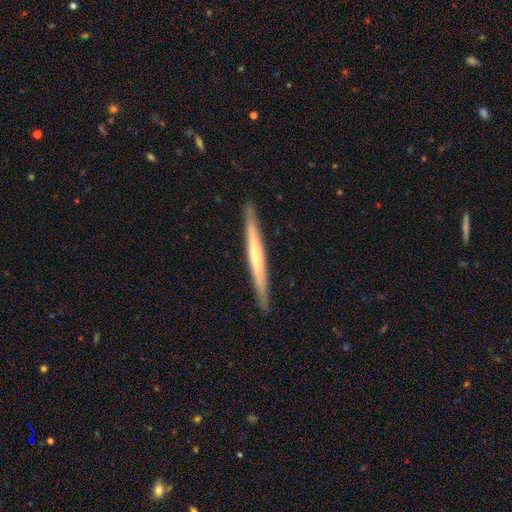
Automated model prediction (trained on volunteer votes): This appears to be a featured or disk galaxy (57%) viewed edge-on (97%) with no central bulge (64%). Merging: none (91%).